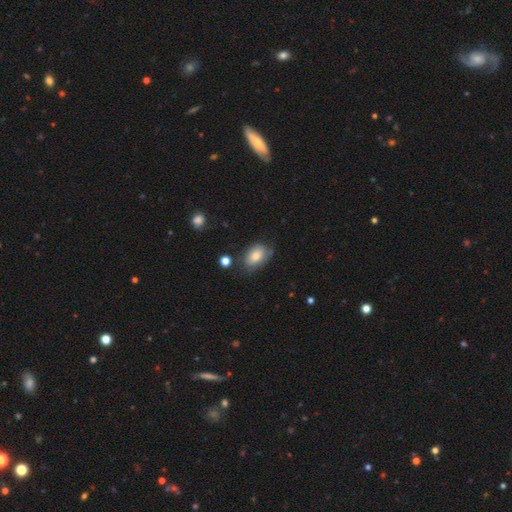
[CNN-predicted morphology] smooth-or-featured: smooth: 75% | featured or disk: 16% | star or artifact: 8%
  how-rounded: in between: 87% | round: 11% | cigar-shaped: 2%
  merging: none: 63% | minor disturbance: 26% | major disturbance: 7% | merger: 4%